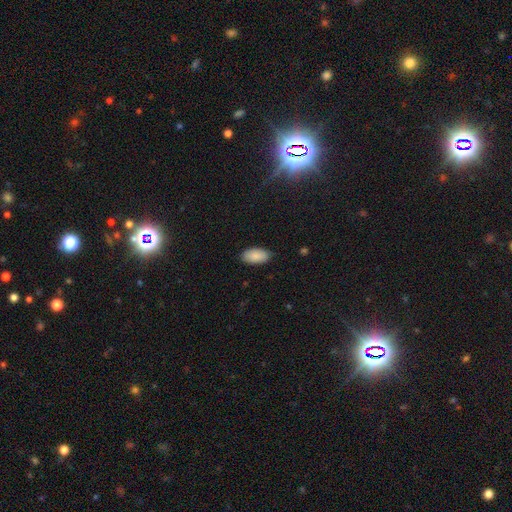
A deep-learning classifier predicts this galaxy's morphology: A smooth galaxy with no disk features (89%) that is in between round and cigar-shaped (95%).

Vote fractions:
- Smooth or featured? smooth: 89% / star or artifact: 6% / featured or disk: 5%
- How rounded? in between: 95% / cigar-shaped: 3% / round: 2%
- Merging? none: 84% / minor disturbance: 13% / major disturbance: 2% / merger: 1%